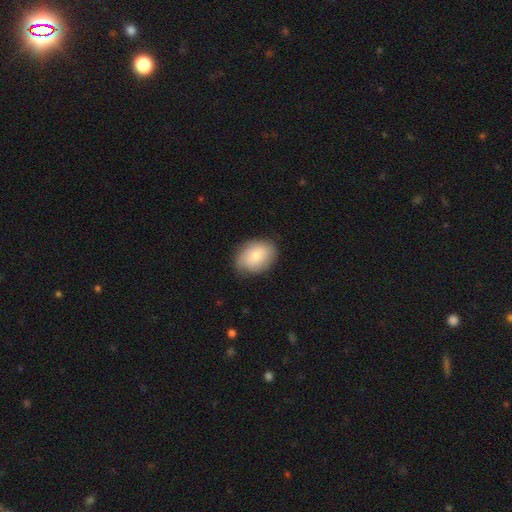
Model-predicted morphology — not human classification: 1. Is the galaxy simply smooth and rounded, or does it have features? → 72% smooth, 21% featured or disk, 7% star or artifact.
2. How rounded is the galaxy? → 68% in between, 31% round, 1% cigar-shaped.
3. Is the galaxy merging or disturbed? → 76% none, 19% minor disturbance, 4% major disturbance, 1% merger.